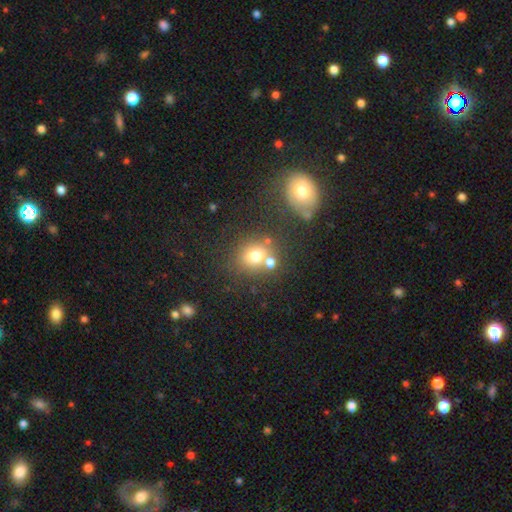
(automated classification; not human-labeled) smooth_or_featured: smooth (p=0.73) [alt: star or artifact p=0.15]
how_rounded: round (p=0.67) [alt: in between p=0.32]
merging: none (p=0.55) [alt: merger p=0.28]